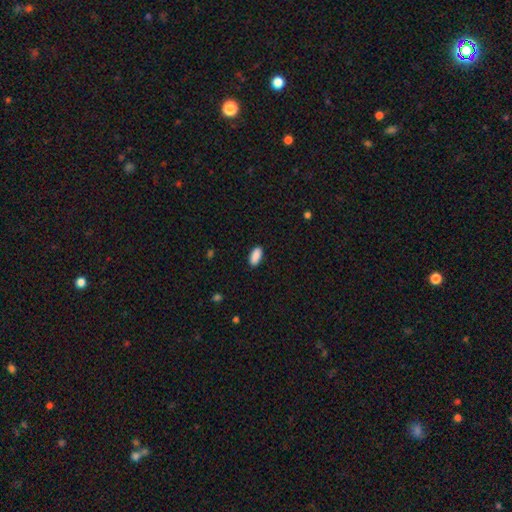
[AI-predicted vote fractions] Smooth or featured: smooth — 90% (star or artifact — 7%)
How rounded: in between — 90% (cigar-shaped — 8%)
Merging: none — 89% (minor disturbance — 8%)